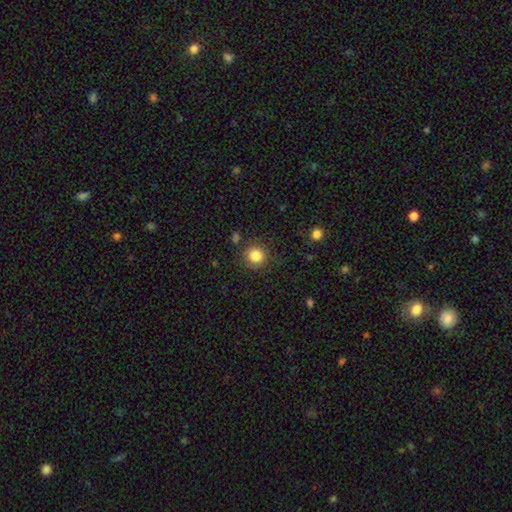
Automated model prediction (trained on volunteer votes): Smooth or featured? Predicted: smooth (p=0.84). How rounded? Predicted: round (p=0.91). Merging? Predicted: none (p=0.86).